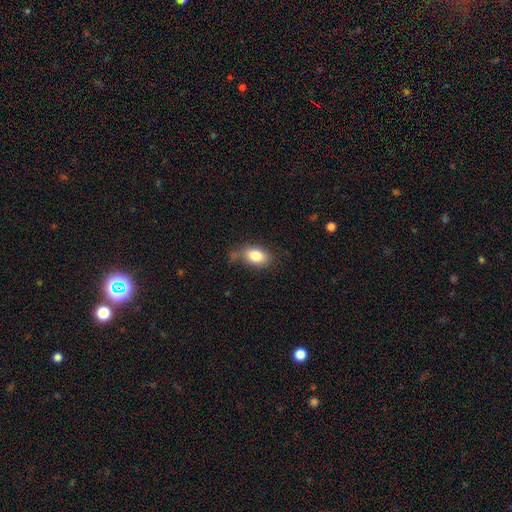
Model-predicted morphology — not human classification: The model was most divided on "merging": none: 65%, minor disturbance: 23%, major disturbance: 7%, merger: 5%. More confident: how rounded — in between (87%); smooth or featured — smooth (83%).